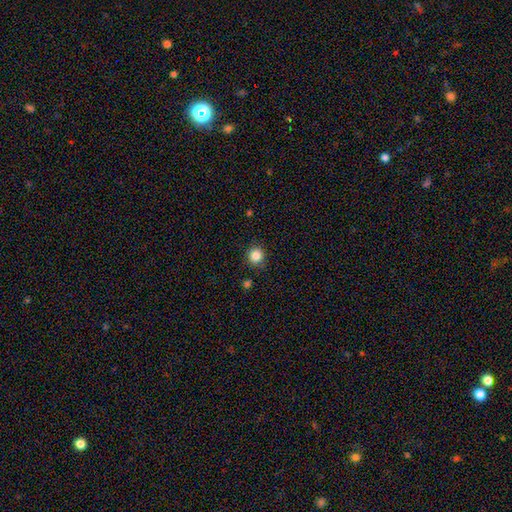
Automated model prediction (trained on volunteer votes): Overall: smooth (85%). How rounded: round (92%). Merging: none (88%).